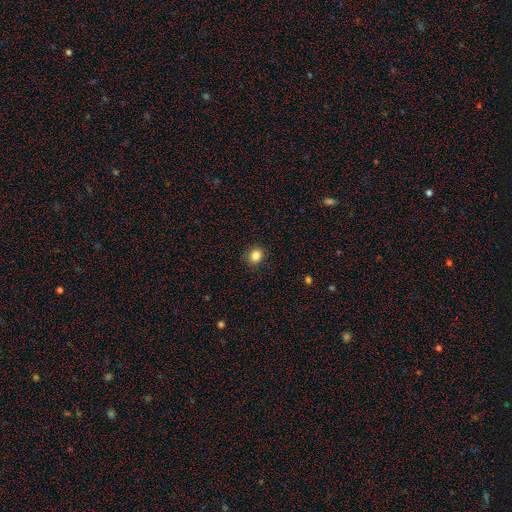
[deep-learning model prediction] Overall: smooth (85%). How rounded: round (74%). Merging: none (90%).